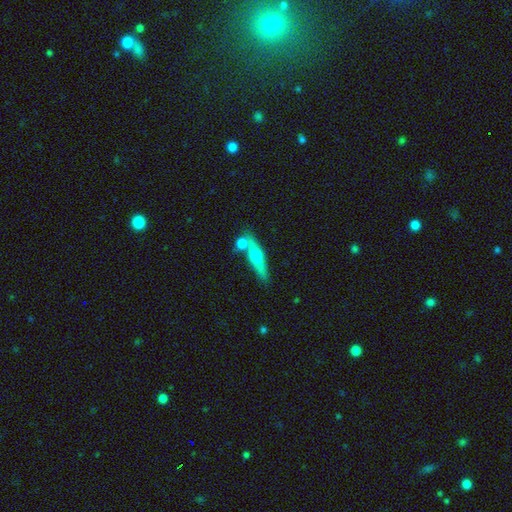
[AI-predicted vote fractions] Smooth or featured? Predicted: featured or disk (p=0.55). Edge-on disk? Predicted: yes (p=0.91). Merging? Predicted: none (p=0.60).